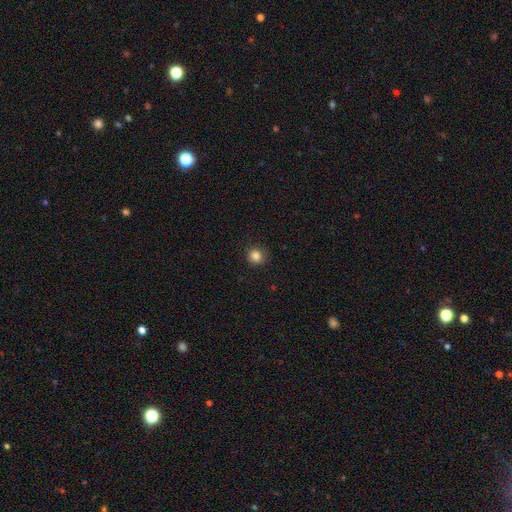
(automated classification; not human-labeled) This is clearly a smooth galaxy (84%). How rounded: clearly round (90%). Merging: clearly none (89%).